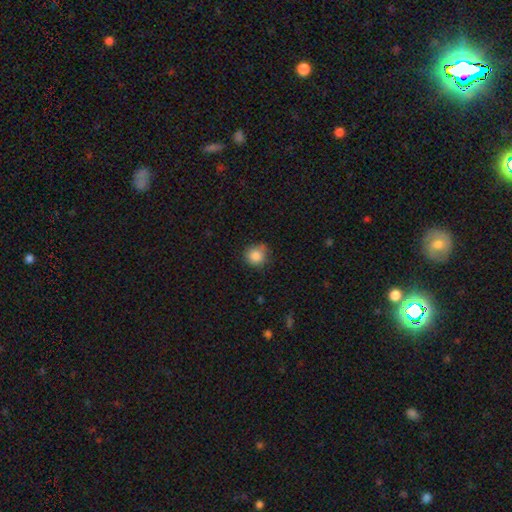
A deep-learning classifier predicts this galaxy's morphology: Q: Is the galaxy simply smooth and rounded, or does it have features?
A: smooth — 86%.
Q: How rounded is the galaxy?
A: round — 90%.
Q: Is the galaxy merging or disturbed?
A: none — 74%.